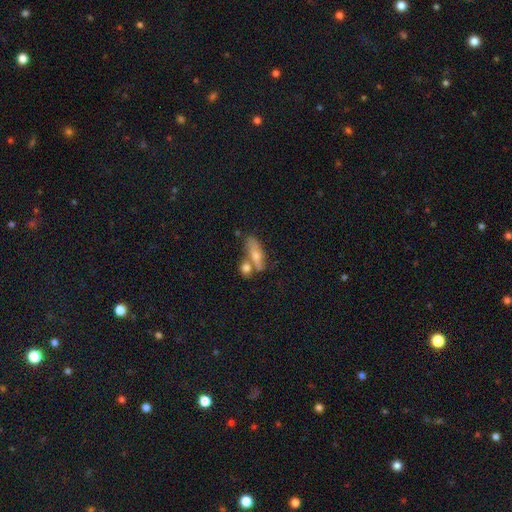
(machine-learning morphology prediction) smooth-or-featured: smooth: 58% | featured or disk: 32% | star or artifact: 10%
  how-rounded: in between: 54% | cigar-shaped: 40% | round: 6%
  merging: none: 44% | merger: 34% | minor disturbance: 14% | major disturbance: 7%